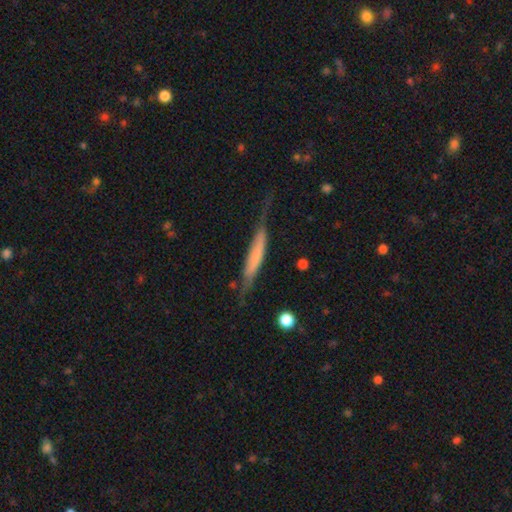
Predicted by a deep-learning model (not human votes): Overall: smooth (50%; featured or disk 44%). Merging: none (52%; minor disturbance 29%).